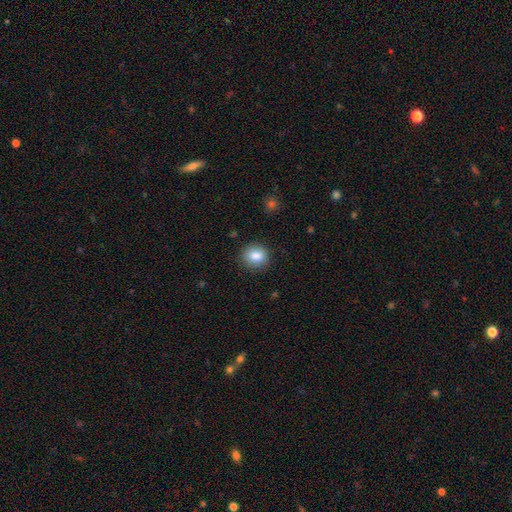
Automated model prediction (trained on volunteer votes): Overall: smooth (85%). How rounded: round (67%; in between 32%). Merging: none (86%).